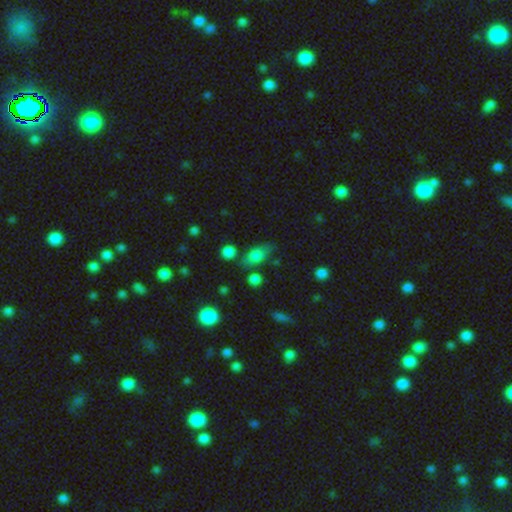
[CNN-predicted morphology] A smooth galaxy with no disk features (74%) that is in between round and cigar-shaped (77%). Merging: none (63%).